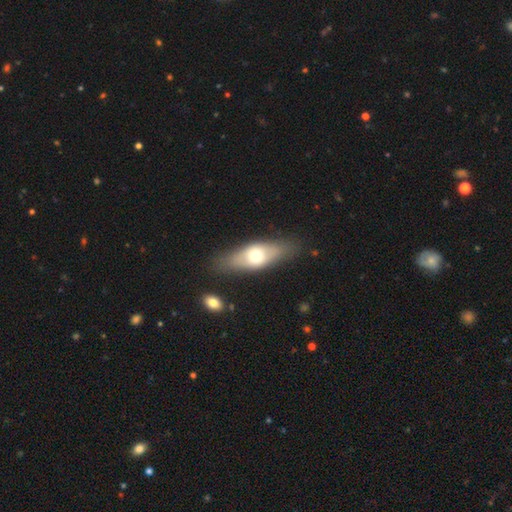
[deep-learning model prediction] Overall: smooth (56%; featured or disk 37%). How rounded: in between (63%; cigar-shaped 33%). Merging: none (80%).